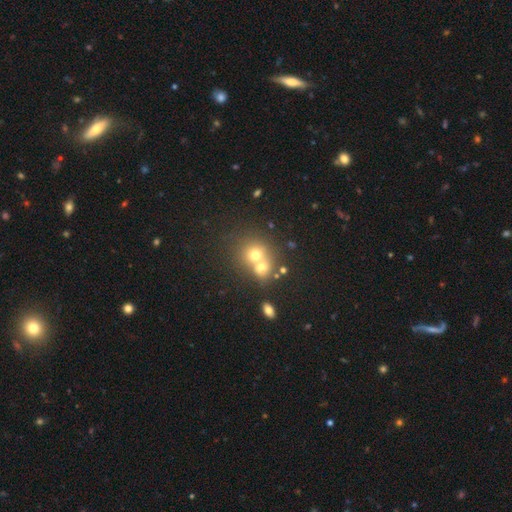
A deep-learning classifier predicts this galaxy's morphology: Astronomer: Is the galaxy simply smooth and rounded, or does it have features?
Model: smooth — 66%.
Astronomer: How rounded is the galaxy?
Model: round — 77%.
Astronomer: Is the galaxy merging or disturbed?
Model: merger — 58%.